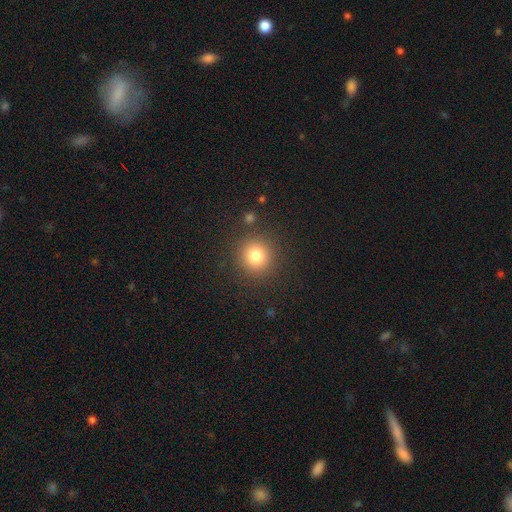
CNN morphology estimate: A smooth galaxy with no disk features (79%) that is round (93%). Merging: none (88%).